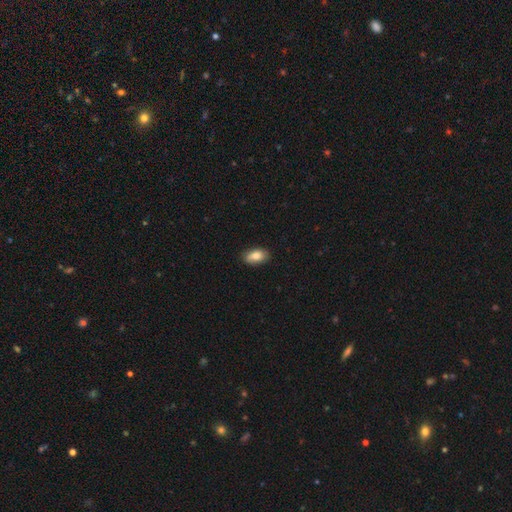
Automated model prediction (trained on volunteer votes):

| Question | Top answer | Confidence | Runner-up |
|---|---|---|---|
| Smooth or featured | smooth | 83% | featured or disk (11%) |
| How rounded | in between | 92% | round (5%) |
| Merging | none | 84% | minor disturbance (13%) |